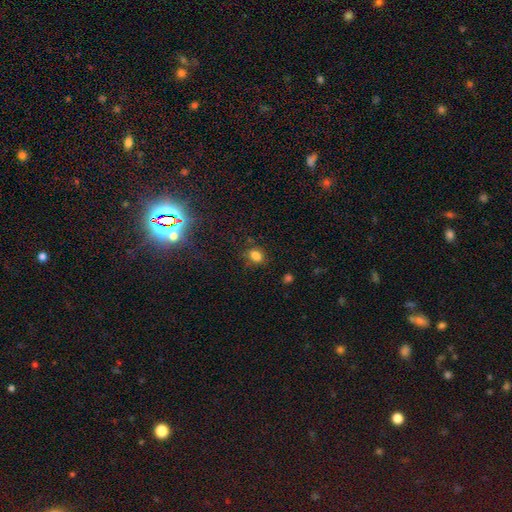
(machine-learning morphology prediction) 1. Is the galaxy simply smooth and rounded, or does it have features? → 79% smooth, 15% star or artifact, 6% featured or disk.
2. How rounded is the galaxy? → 53% in between, 46% round, 1% cigar-shaped.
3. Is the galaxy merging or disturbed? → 75% none, 17% minor disturbance, 5% major disturbance, 3% merger.